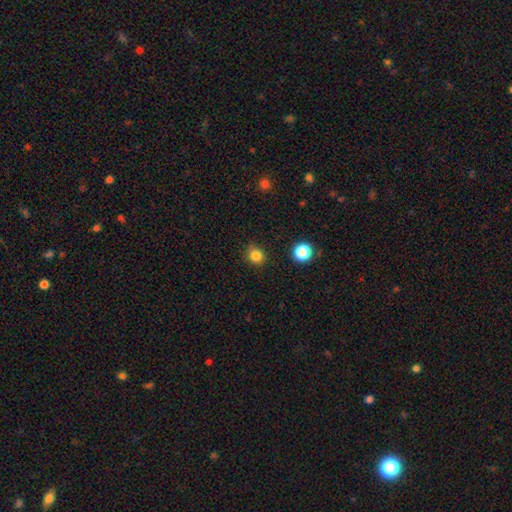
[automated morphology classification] The model was most divided on "how rounded": round: 80%, in between: 19%, cigar-shaped: 1%. More confident: merging — none (86%); smooth or featured — smooth (83%).